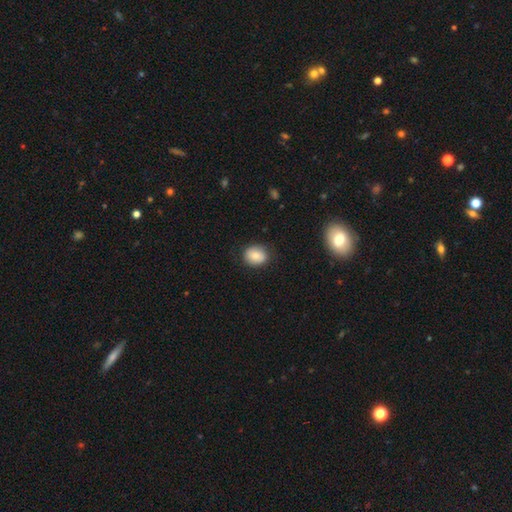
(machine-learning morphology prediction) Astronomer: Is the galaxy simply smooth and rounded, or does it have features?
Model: smooth — 77%.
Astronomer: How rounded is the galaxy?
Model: round — 66%.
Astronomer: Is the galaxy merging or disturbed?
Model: none — 84%.